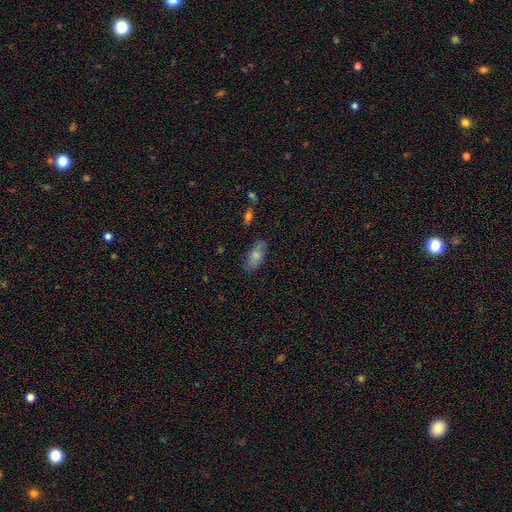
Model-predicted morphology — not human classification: A smooth galaxy with no disk features (78%) that is in between round and cigar-shaped (87%).

Vote fractions:
- Smooth or featured? smooth: 78% / featured or disk: 15% / star or artifact: 7%
- How rounded? in between: 87% / cigar-shaped: 10% / round: 3%
- Merging? none: 78% / minor disturbance: 16% / major disturbance: 4% / merger: 2%